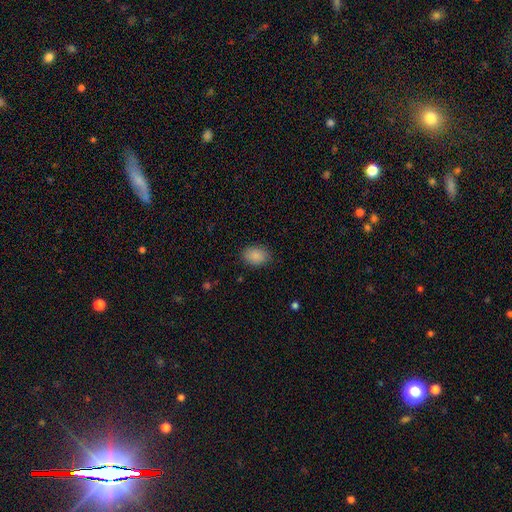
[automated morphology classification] type=smooth (88%); roundness=in between (73%); merging=none (83%).